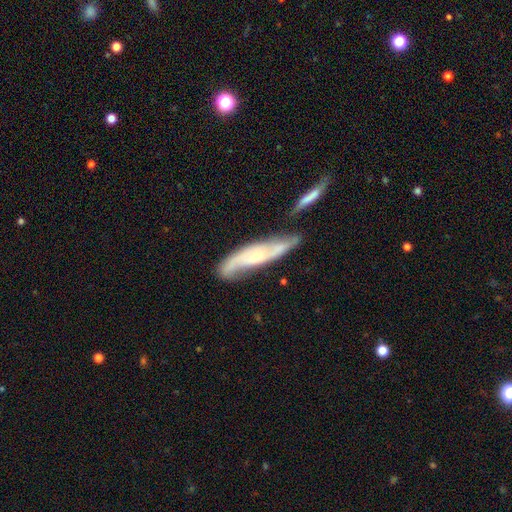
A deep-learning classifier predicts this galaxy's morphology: The model was most divided on "merging": none: 49%, minor disturbance: 24%, merger: 18%, major disturbance: 9%. More confident: spiral arms — yes (89%); edge-on disk — no (74%); smooth or featured — featured or disk (73%); bar — no (67%); bulge size — small (63%).